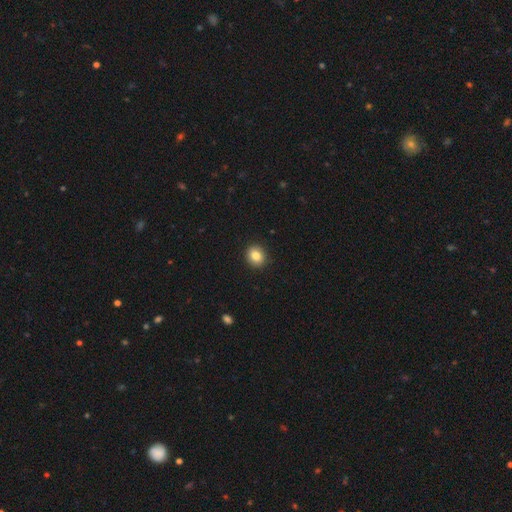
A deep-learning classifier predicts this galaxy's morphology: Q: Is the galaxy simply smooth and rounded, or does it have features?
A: smooth — 85%.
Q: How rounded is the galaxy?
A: round — 71%.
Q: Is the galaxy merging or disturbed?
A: none — 91%.